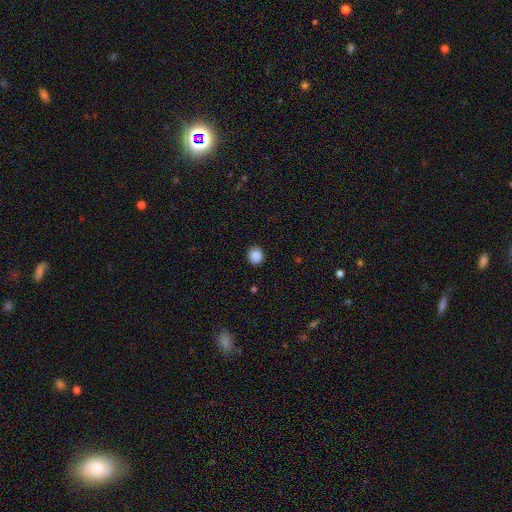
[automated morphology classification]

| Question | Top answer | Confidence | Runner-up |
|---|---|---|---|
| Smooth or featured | smooth | 88% | star or artifact (9%) |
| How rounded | round | 90% | in between (9%) |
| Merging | none | 91% | minor disturbance (6%) |